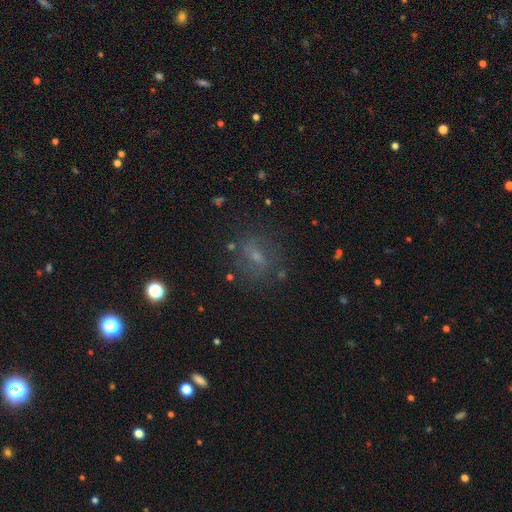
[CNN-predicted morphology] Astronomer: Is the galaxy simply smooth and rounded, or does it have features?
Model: smooth — 47% (runner-up: featured or disk, 28%).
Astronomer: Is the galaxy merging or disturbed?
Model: none — 74%.